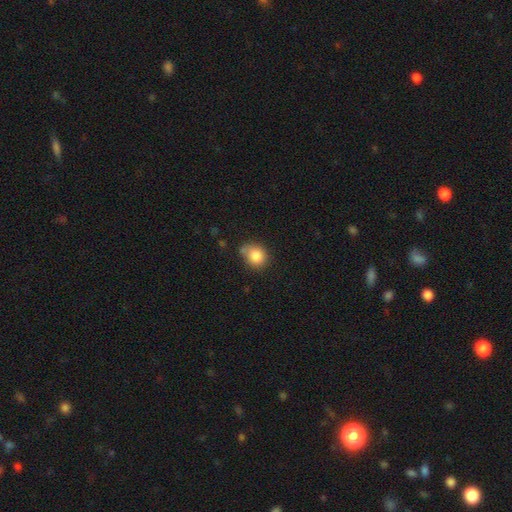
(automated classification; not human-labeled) smooth-or-featured: smooth: 84% | star or artifact: 9% | featured or disk: 6%
  how-rounded: round: 65% | in between: 34% | cigar-shaped: 1%
  merging: none: 58% | minor disturbance: 27% | merger: 9% | major disturbance: 7%